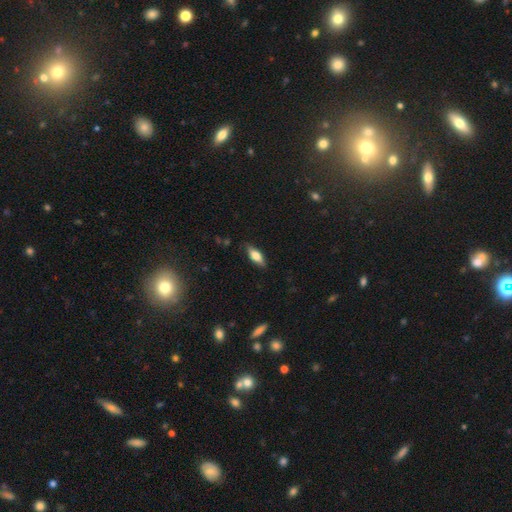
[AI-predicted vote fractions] Smooth or featured?
  - smooth: 68% *
  - featured or disk: 25%
  - star or artifact: 7%
How rounded?
  - in between: 69% *
  - cigar-shaped: 29%
  - round: 3%
Merging?
  - none: 83% *
  - minor disturbance: 13%
  - major disturbance: 3%
  - merger: 1%